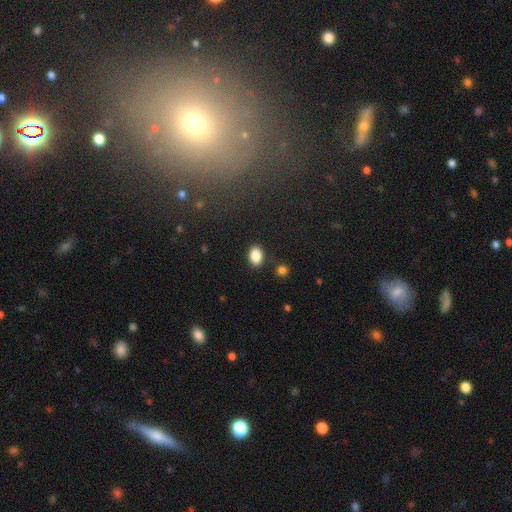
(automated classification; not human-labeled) Smooth or featured? smooth (87%)
How rounded? in between (82%)
Merging? none (82%)